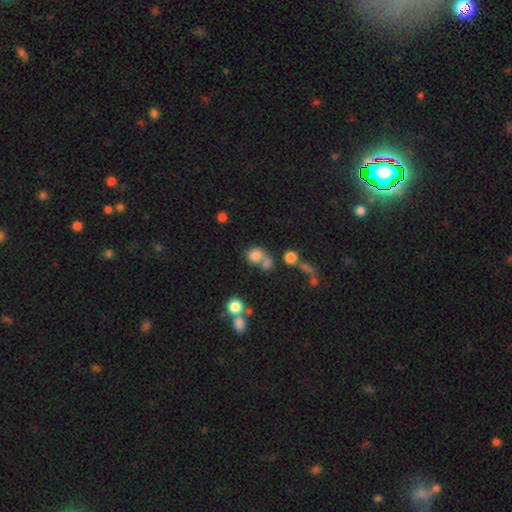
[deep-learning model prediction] Smooth or featured? Predicted: smooth (p=0.77). How rounded? Predicted: round (p=0.72). Merging? Predicted: none (p=0.44).